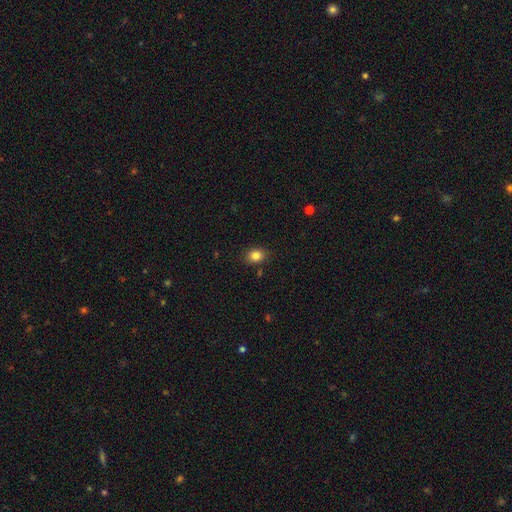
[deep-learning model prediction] This appears to be a smooth galaxy with no disk features (84%) that is in between round and cigar-shaped (54%). Merging: none (85%).